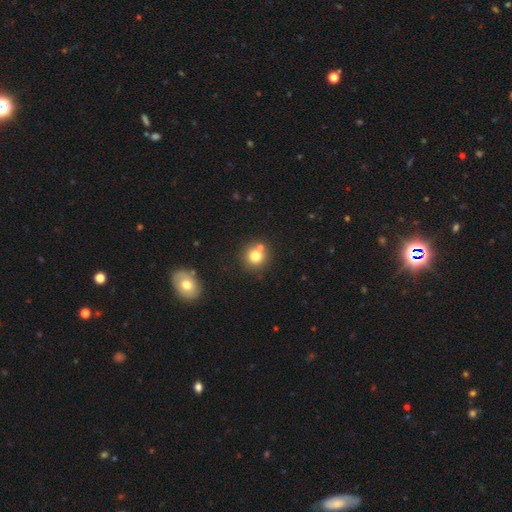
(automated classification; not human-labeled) The model was most divided on "merging": none: 68%, merger: 21%, minor disturbance: 9%, major disturbance: 3%. More confident: how rounded — round (91%); smooth or featured — smooth (77%).